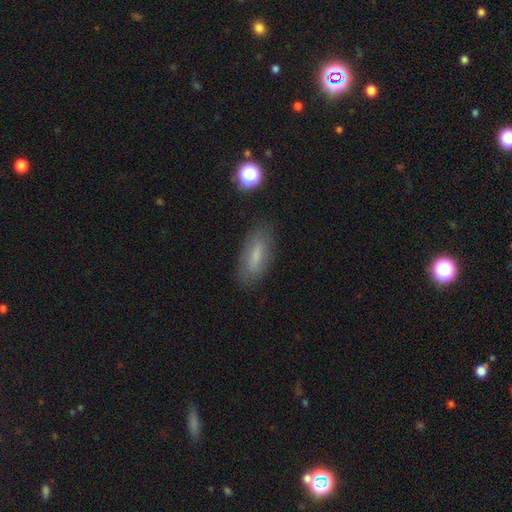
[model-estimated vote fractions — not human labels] Q: Smooth or featured?
A: smooth (68%); runner-up: featured or disk (22%)
Q: How rounded?
A: in between (68%); runner-up: cigar-shaped (29%)
Q: Merging?
A: none (81%); runner-up: minor disturbance (13%)